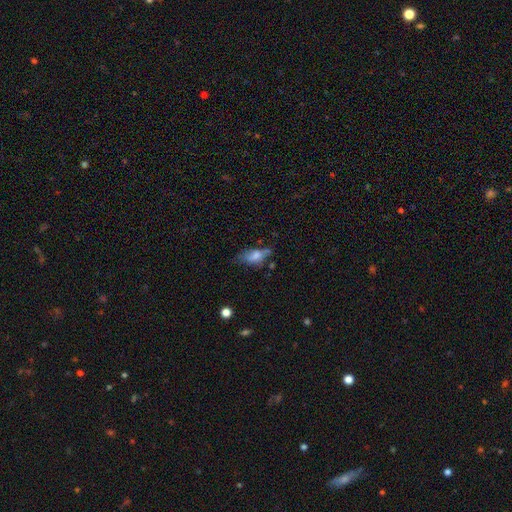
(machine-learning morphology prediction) Overall: smooth (63%; featured or disk 27%). How rounded: in between (82%). Merging: none (39%; minor disturbance 32%).